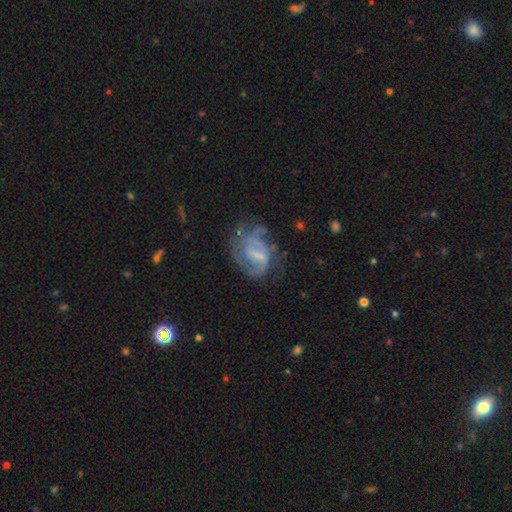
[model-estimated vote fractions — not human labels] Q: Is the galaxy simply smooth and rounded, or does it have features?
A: featured or disk — 74%.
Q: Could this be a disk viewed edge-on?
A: no — 97%.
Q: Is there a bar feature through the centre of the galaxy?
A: weak — 52%.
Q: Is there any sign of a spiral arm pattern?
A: yes — 83%.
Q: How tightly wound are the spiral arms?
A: medium — 43%.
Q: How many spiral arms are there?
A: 2 — 45%.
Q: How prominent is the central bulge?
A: none — 38%.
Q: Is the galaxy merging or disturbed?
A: none — 48%.